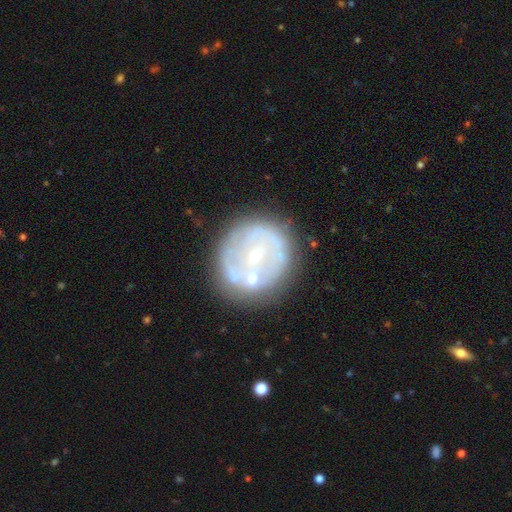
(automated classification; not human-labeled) Smooth or featured? Predicted: featured or disk (p=0.61). Edge-on disk? Predicted: no (p=0.98). Bar? Predicted: no (p=0.50). Spiral arms? Predicted: no (p=0.58). Bulge size? Predicted: small (p=0.57). Merging? Predicted: none (p=0.67).